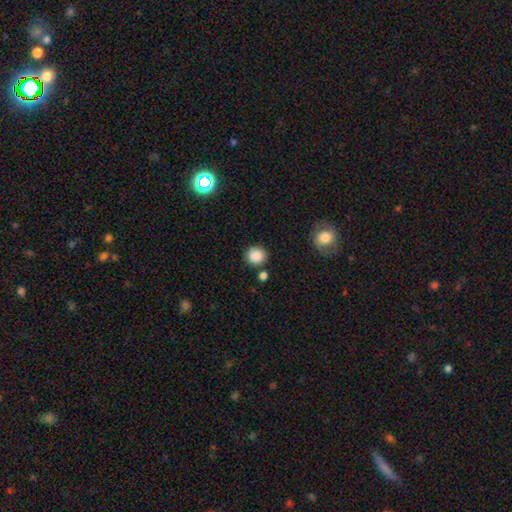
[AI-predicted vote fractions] smooth-or-featured: smooth: 87% | star or artifact: 9% | featured or disk: 3%
  how-rounded: round: 91% | in between: 8% | cigar-shaped: 1%
  merging: none: 84% | minor disturbance: 8% | merger: 5% | major disturbance: 3%